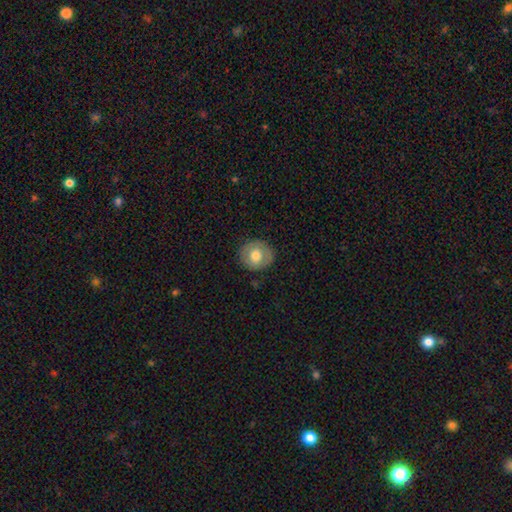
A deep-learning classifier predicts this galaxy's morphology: A smooth galaxy with no disk features (67%) that is round (85%).

Vote fractions:
- Smooth or featured? smooth: 67% / featured or disk: 26% / star or artifact: 7%
- How rounded? round: 85% / in between: 14% / cigar-shaped: 1%
- Merging? none: 85% / minor disturbance: 11% / major disturbance: 3% / merger: 1%